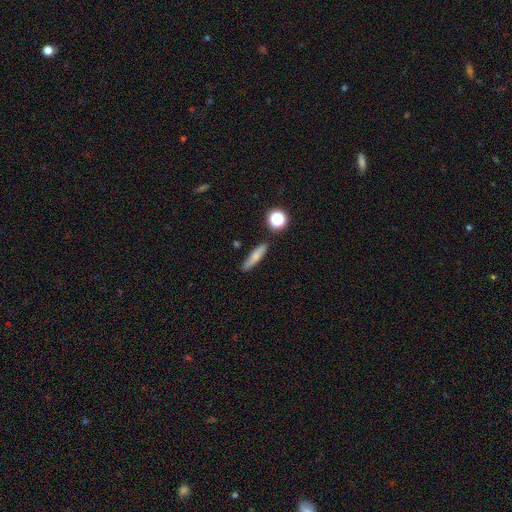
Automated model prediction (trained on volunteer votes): A smooth galaxy with no disk features (71%) that is cigar-shaped (78%).

Vote fractions:
- Smooth or featured? smooth: 71% / featured or disk: 19% / star or artifact: 10%
- How rounded? cigar-shaped: 78% / in between: 18% / round: 4%
- Merging? none: 84% / minor disturbance: 11% / merger: 3% / major disturbance: 2%